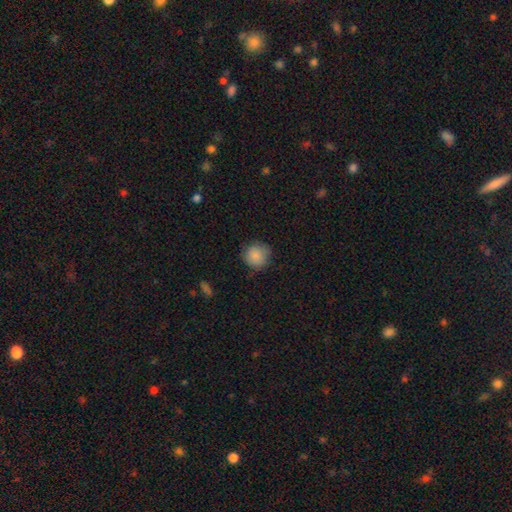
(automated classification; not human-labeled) The model was most divided on "merging": none: 82%, minor disturbance: 14%, major disturbance: 3%, merger: 1%. More confident: how rounded — round (91%); smooth or featured — smooth (87%).